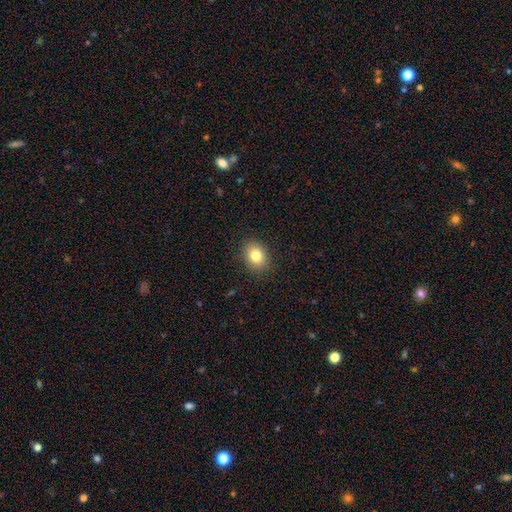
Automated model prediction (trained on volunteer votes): A smooth galaxy with no disk features (81%) that is in between round and cigar-shaped (51%). Merging: none (89%).